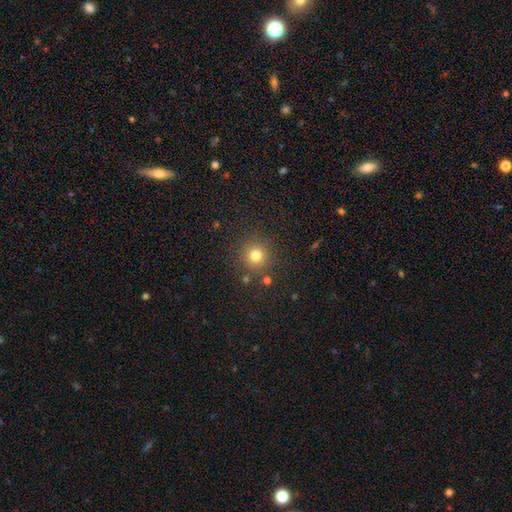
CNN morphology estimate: type=smooth (78%); roundness=round (94%); merging=none (86%).